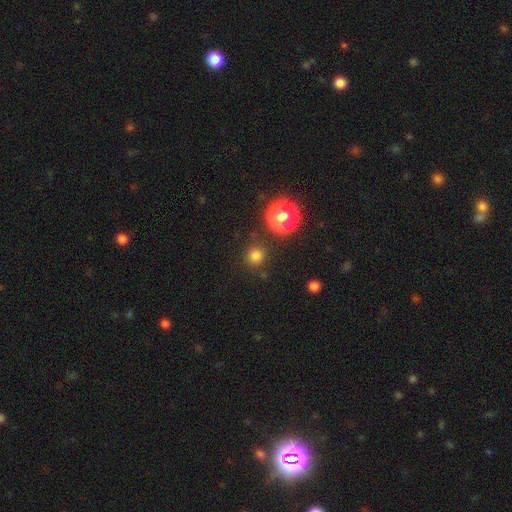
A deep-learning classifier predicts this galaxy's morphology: A smooth galaxy with no disk features (76%) that is round (93%). Merging: none (87%).